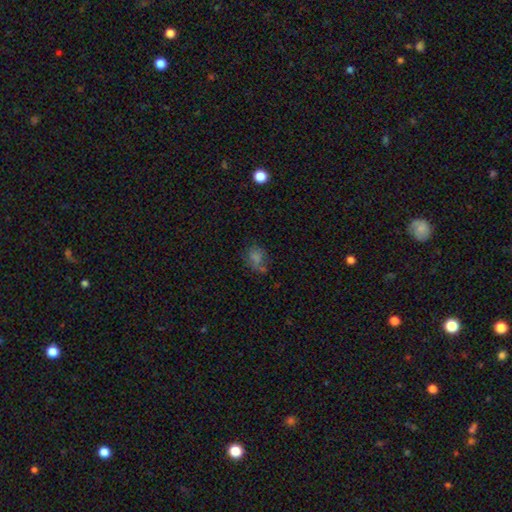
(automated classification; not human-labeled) The model was most divided on "how rounded": round: 55%, in between: 43%, cigar-shaped: 2%. More confident: smooth or featured — smooth (58%); merging — none (56%).